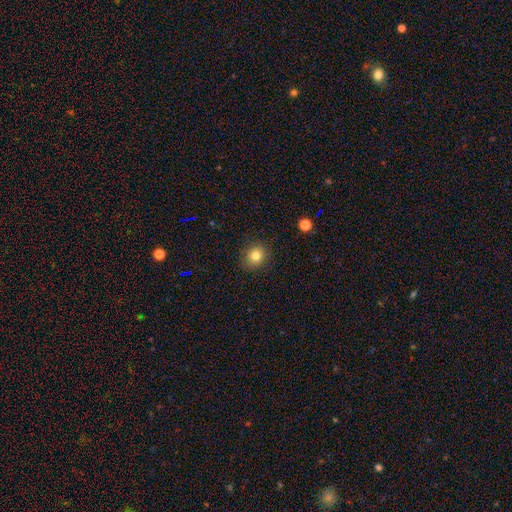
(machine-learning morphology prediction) smooth-or-featured: smooth: 81% | star or artifact: 12% | featured or disk: 7%
  how-rounded: round: 81% | in between: 18% | cigar-shaped: 1%
  merging: none: 89% | minor disturbance: 8% | major disturbance: 2% | merger: 1%